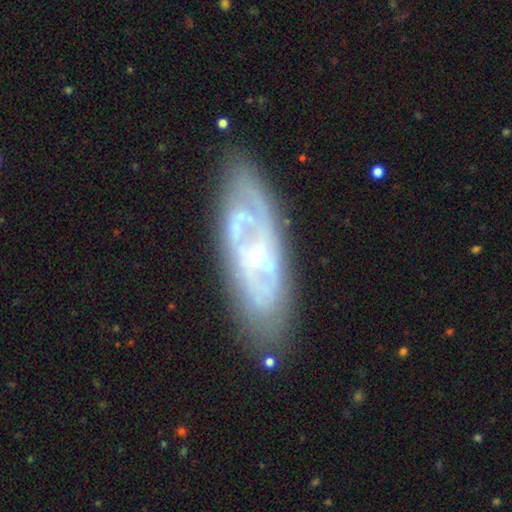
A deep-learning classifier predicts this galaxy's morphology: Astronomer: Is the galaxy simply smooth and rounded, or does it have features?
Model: featured or disk — 78%.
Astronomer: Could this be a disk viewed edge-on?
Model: no — 85%.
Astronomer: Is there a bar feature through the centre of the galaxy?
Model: no — 56% (runner-up: weak, 33%).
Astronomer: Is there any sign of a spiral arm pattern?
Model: yes — 75%.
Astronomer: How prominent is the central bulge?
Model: small — 66%.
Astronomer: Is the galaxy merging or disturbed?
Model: none — 77%.